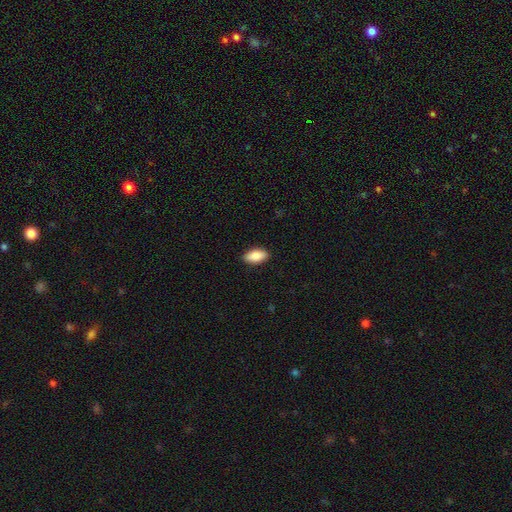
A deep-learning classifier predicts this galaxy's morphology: type=smooth (86%); roundness=in between (92%); merging=none (90%).